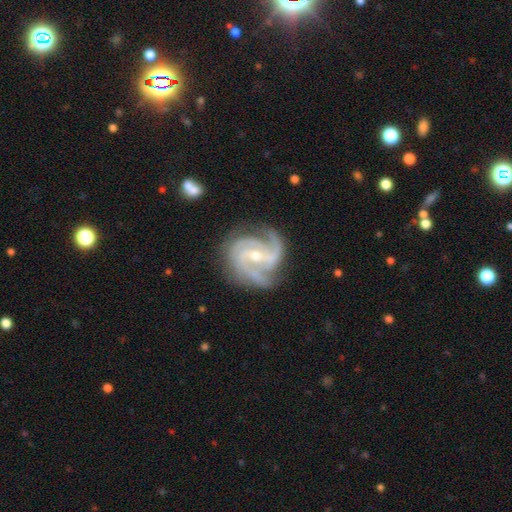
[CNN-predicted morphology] Smooth or featured?
  - featured or disk: 93% *
  - star or artifact: 4%
  - smooth: 3%
Edge-on disk?
  - no: 98% *
  - yes: 2%
Bar?
  - weak: 42% *
  - no: 29%
  - strong: 28%
Spiral arms?
  - yes: 99% *
  - no: 1%
Spiral winding?
  - medium: 49% *
  - tight: 43%
  - loose: 8%
Spiral arm count?
  - 3: 59% *
  - 2: 17%
  - 4: 11%
  - can't tell: 6%
  - 1: 4%
  - more than 4: 4%
Bulge size?
  - small: 57% *
  - moderate: 41%
  - large: 1%
  - none: 1%
  - dominant: 1%
Merging?
  - none: 72% *
  - minor disturbance: 19%
  - major disturbance: 8%
  - merger: 2%